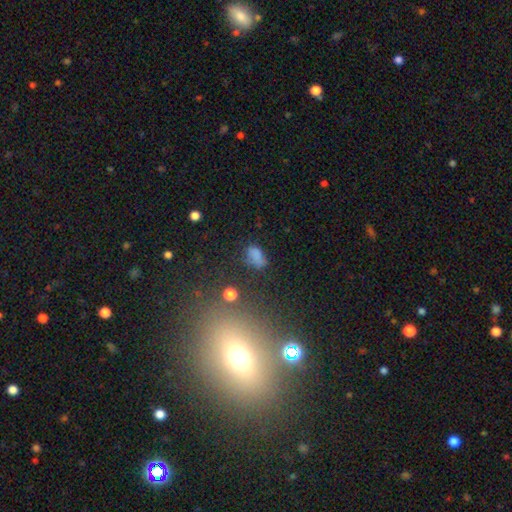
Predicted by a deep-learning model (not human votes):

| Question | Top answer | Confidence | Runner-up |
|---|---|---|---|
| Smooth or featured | smooth | 72% | star or artifact (17%) |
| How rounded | in between | 87% | round (9%) |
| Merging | none | 51% | minor disturbance (27%) |